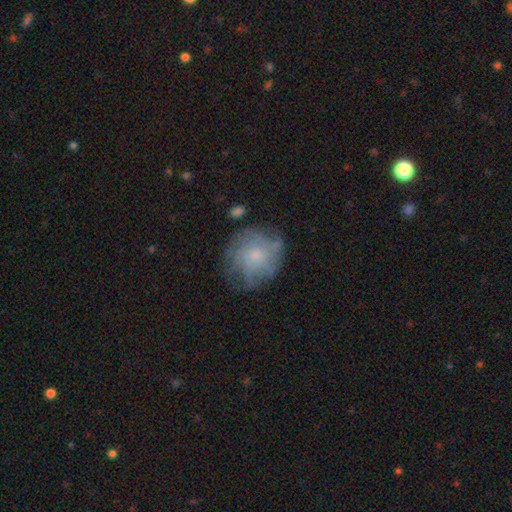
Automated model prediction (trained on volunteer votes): The model was most divided on "smooth or featured": featured or disk: 49%, smooth: 40%, star or artifact: 11%. More confident: merging — none (63%).